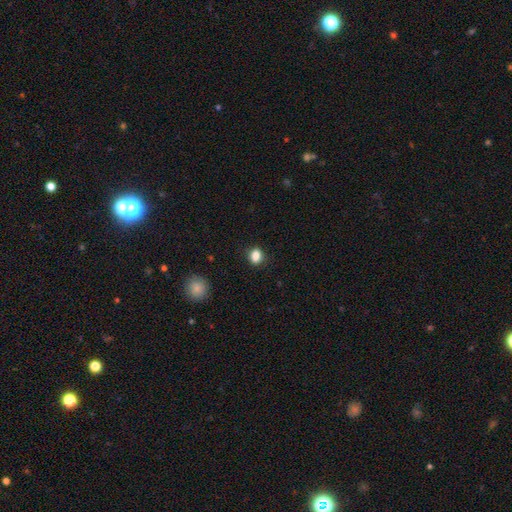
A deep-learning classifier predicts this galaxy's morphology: This appears to be a smooth galaxy with no disk features (84%) that is in between round and cigar-shaped (55%). Merging: none (83%).